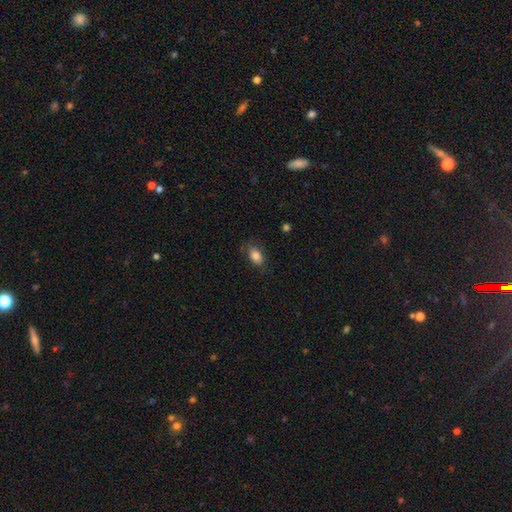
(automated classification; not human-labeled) Smooth or featured: smooth — 85% (star or artifact — 9%)
How rounded: in between — 87% (round — 11%)
Merging: none — 76% (minor disturbance — 18%)